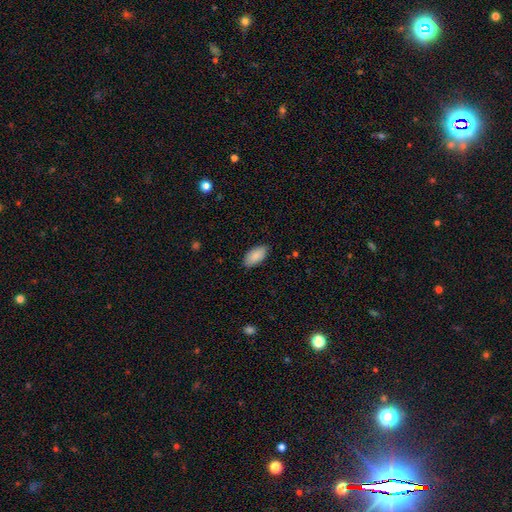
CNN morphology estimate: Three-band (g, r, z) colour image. It shows a smooth galaxy with no disk features (87%) that is in between round and cigar-shaped (94%). Merging: none (85%).